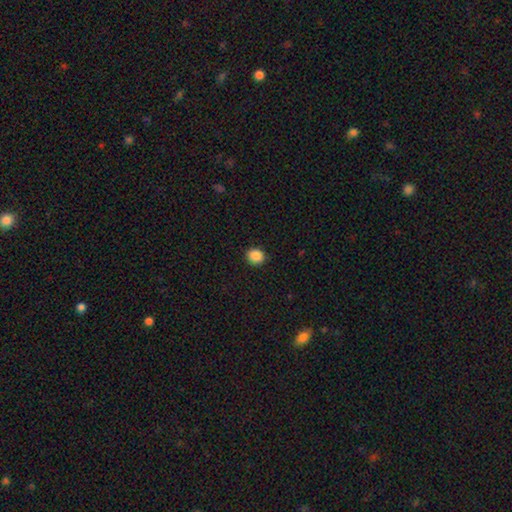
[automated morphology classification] smooth_or_featured: smooth (p=0.88) [alt: star or artifact p=0.09]
how_rounded: round (p=0.75) [alt: in between p=0.24]
merging: none (p=0.91) [alt: minor disturbance p=0.06]